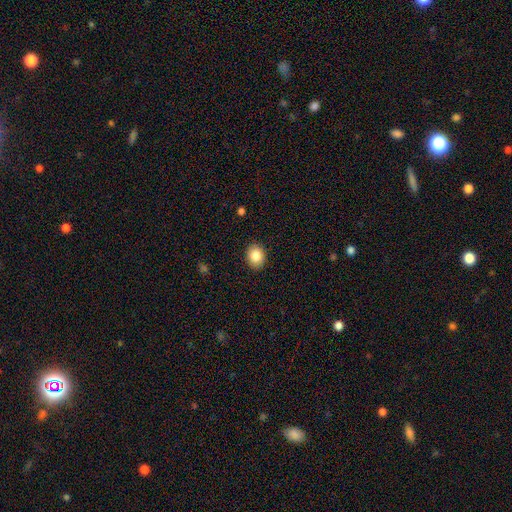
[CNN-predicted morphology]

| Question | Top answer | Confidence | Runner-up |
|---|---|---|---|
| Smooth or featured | smooth | 85% | star or artifact (9%) |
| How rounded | round | 53% | in between (46%) |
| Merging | none | 90% | minor disturbance (7%) |